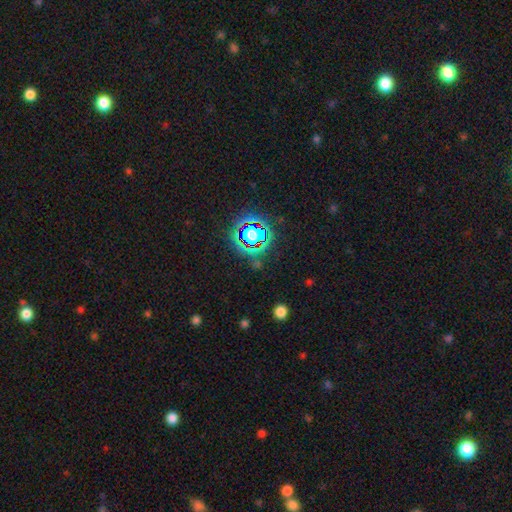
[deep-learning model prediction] star or artifact 80%, smooth 12%, featured or disk 8%.